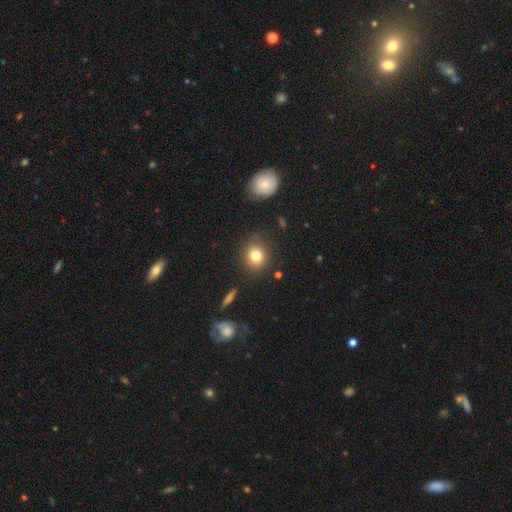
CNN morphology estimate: Smooth or featured? smooth (79%)
How rounded? round (76%)
Merging? none (83%)